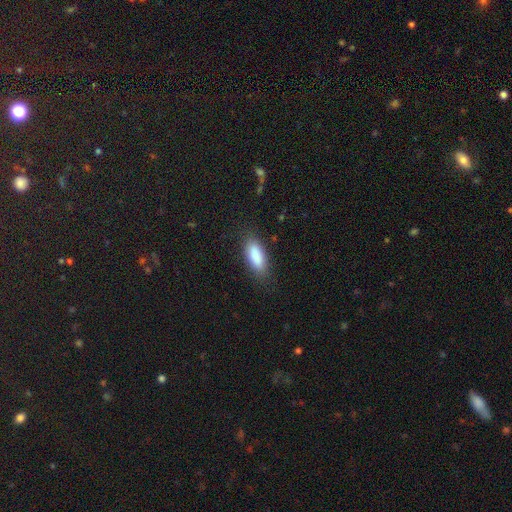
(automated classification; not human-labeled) A smooth galaxy with no disk features (88%) that is in between round and cigar-shaped (76%).

Vote fractions:
- Smooth or featured? smooth: 88% / star or artifact: 6% / featured or disk: 5%
- How rounded? in between: 76% / cigar-shaped: 22% / round: 2%
- Merging? none: 84% / minor disturbance: 12% / major disturbance: 3% / merger: 1%